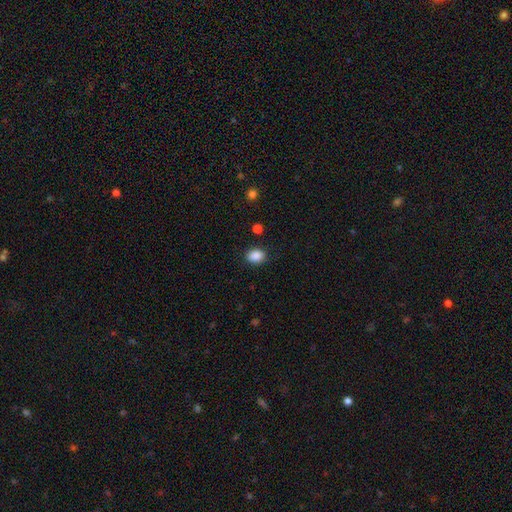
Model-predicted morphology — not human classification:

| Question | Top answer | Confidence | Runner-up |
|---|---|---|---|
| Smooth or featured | smooth | 88% | star or artifact (9%) |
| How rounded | in between | 60% | round (39%) |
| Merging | none | 86% | minor disturbance (10%) |